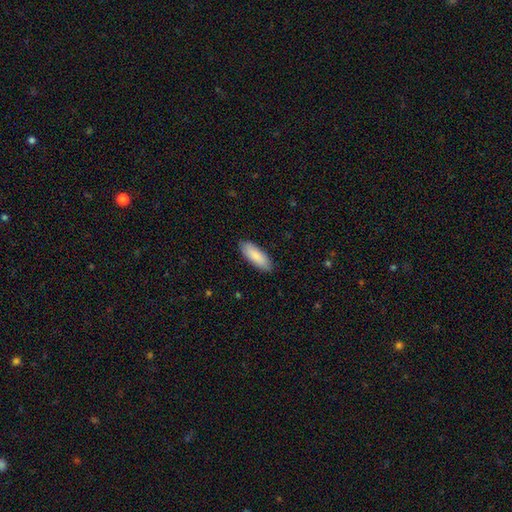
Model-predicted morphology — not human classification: smooth 87%, featured or disk 8%, star or artifact 5%. Down the decision tree: how rounded — in between (69%); merging — none (88%).